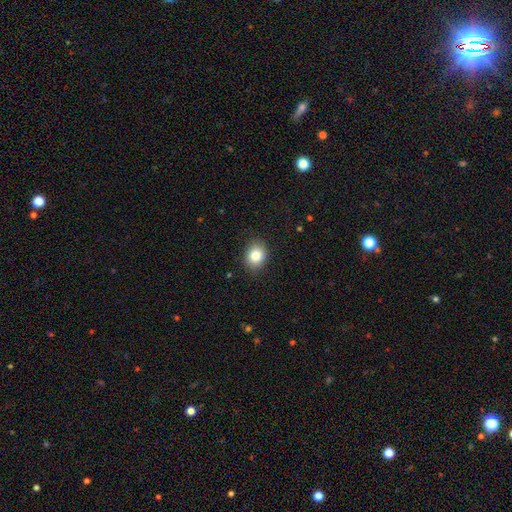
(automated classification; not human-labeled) Smooth or featured: smooth — 83% (star or artifact — 10%)
How rounded: in between — 50% (round — 49%)
Merging: none — 87% (minor disturbance — 10%)